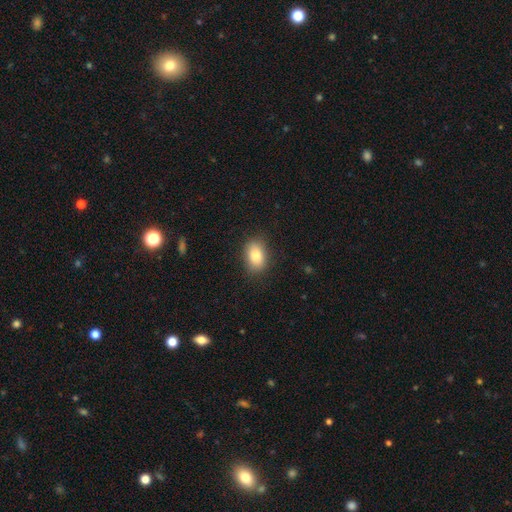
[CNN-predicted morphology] This is clearly a smooth galaxy (85%). How rounded: clearly in between (83%). Merging: clearly none (83%).